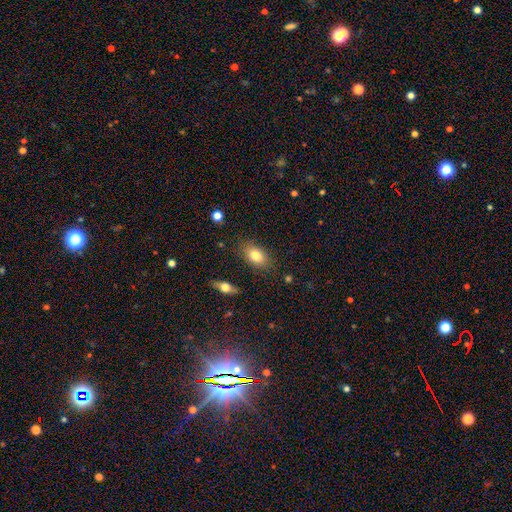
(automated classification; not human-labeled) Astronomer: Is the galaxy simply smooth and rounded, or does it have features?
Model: smooth — 81%.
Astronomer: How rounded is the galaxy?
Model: in between — 85%.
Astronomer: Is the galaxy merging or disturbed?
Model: none — 81%.